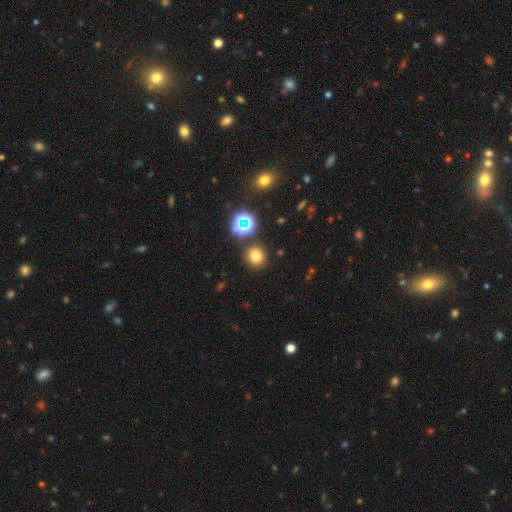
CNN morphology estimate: A smooth galaxy with no disk features (71%) that is round (86%). Merging: none (84%).